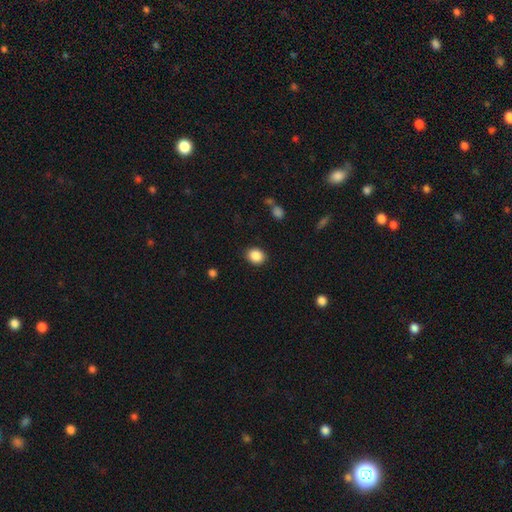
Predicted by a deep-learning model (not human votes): A smooth galaxy with no disk features (88%) that is round (59%).

Vote fractions:
- Smooth or featured? smooth: 88% / star or artifact: 9% / featured or disk: 3%
- How rounded? round: 59% / in between: 40% / cigar-shaped: 1%
- Merging? none: 88% / minor disturbance: 8% / major disturbance: 3% / merger: 1%